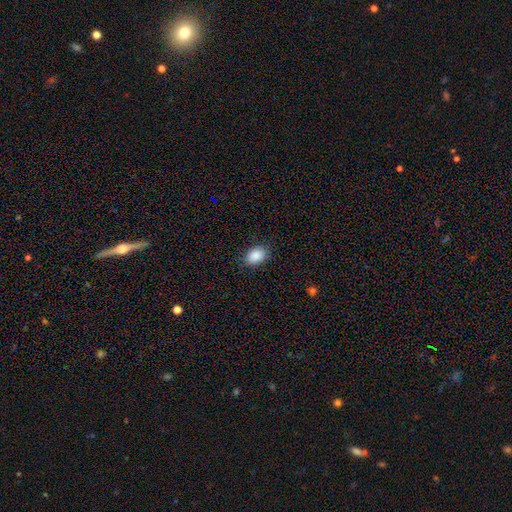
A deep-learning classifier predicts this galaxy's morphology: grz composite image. It shows a smooth galaxy with no disk features (88%) that is in between round and cigar-shaped (78%). Merging: none (84%).